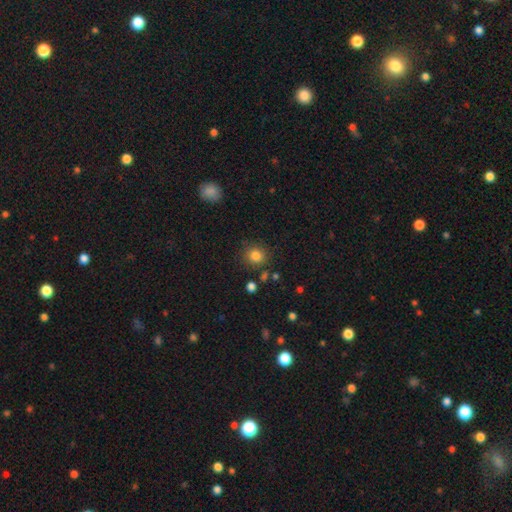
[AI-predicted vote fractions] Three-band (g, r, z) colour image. It shows a smooth galaxy with no disk features (83%) that is round (88%). Merging: none (84%).